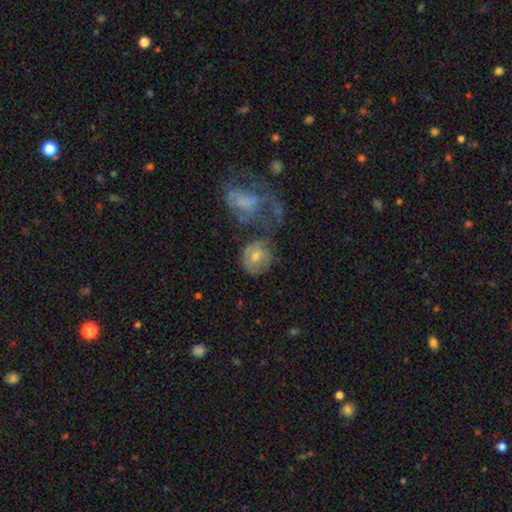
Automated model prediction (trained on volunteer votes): smooth-or-featured: smooth: 45% | featured or disk: 44% | star or artifact: 11%
  merging: none: 42% | merger: 23% | minor disturbance: 18% | major disturbance: 17%